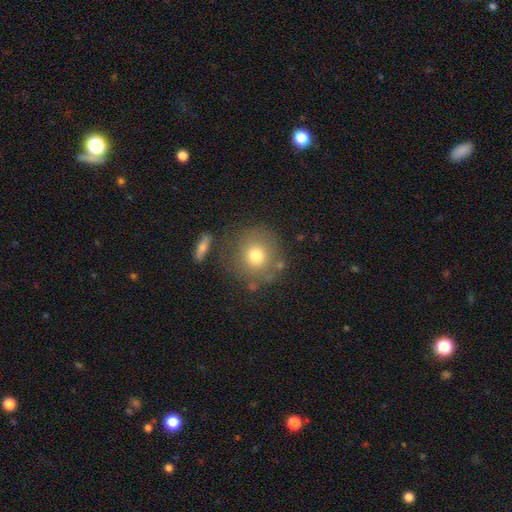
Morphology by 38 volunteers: Smooth or featured: smooth — 79% (featured or disk — 13%)
How rounded: round — 90% (in between — 10%)
Merging: none — 66% (merger — 14%)